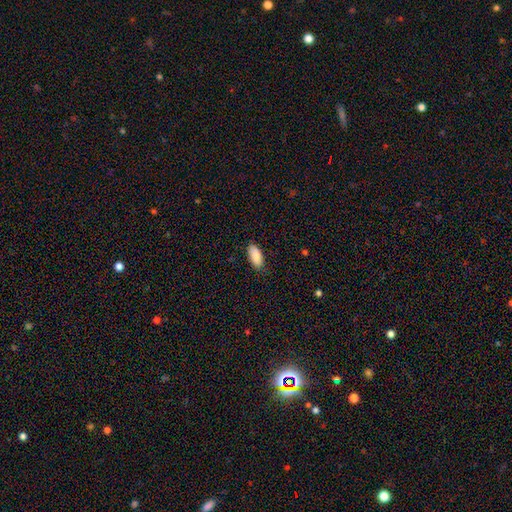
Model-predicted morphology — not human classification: type=smooth (89%); roundness=in between (90%); merging=none (83%).